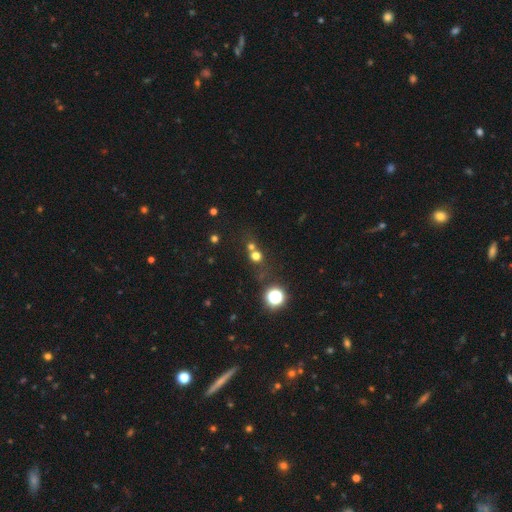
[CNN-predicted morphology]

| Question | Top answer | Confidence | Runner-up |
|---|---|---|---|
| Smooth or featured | smooth | 59% | star or artifact (31%) |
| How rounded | round | 86% | in between (13%) |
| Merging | none | 55% | merger (33%) |